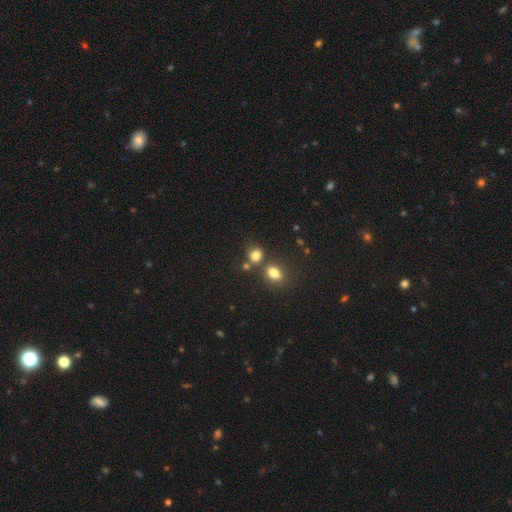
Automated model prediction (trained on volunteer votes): Smooth or featured? Predicted: smooth (p=0.79). How rounded? Predicted: round (p=0.68). Merging? Predicted: none (p=0.58).